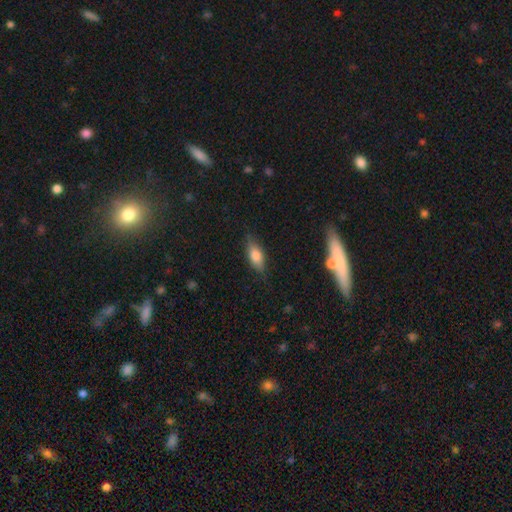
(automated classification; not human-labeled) smooth-or-featured: smooth: 72% | featured or disk: 20% | star or artifact: 8%
  how-rounded: in between: 75% | cigar-shaped: 21% | round: 4%
  merging: none: 79% | minor disturbance: 16% | major disturbance: 4% | merger: 1%